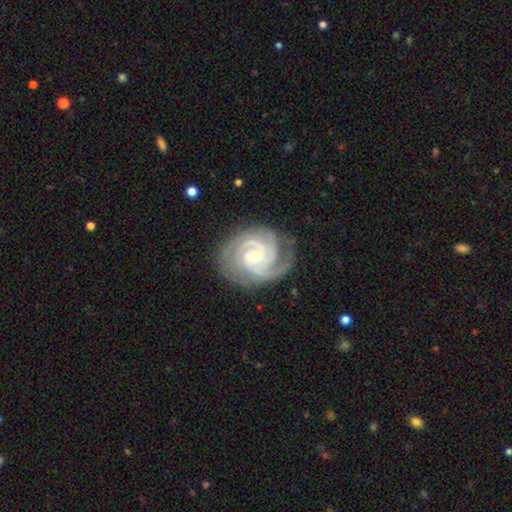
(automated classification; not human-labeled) featured or disk 92%, star or artifact 4%, smooth 4%. Down the decision tree: edge-on disk — no (98%); bar — no (61%); spiral arms — yes (98%); spiral arm count — 3 (41%); spiral winding — tight (65%); bulge size — small (56%); merging — none (78%).